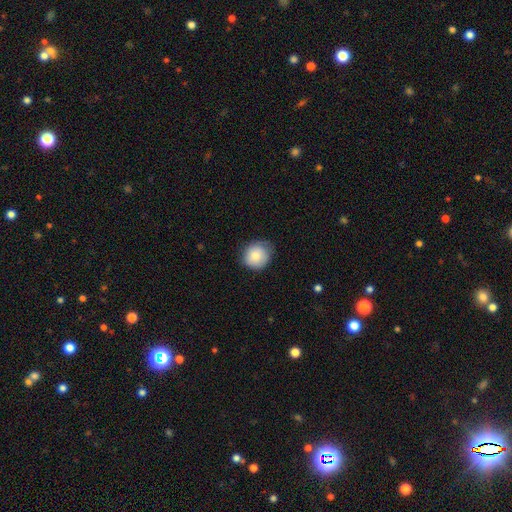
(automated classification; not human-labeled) Smooth or featured?
  - smooth: 83% *
  - featured or disk: 10%
  - star or artifact: 8%
How rounded?
  - round: 83% *
  - in between: 16%
  - cigar-shaped: 1%
Merging?
  - none: 70% *
  - minor disturbance: 25%
  - major disturbance: 4%
  - merger: 1%